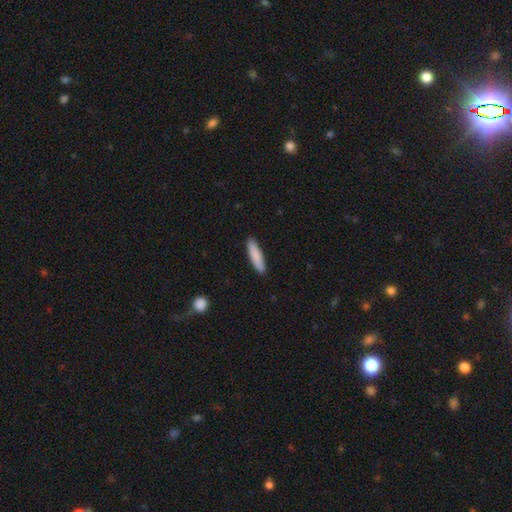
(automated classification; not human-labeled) This is clearly a smooth galaxy (86%). How rounded: likely cigar-shaped (80%). Merging: clearly none (91%).